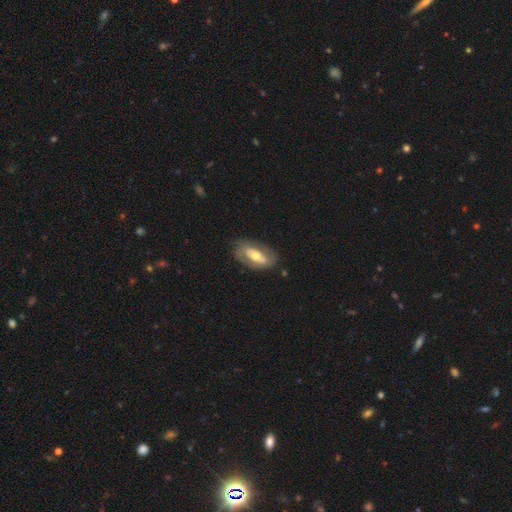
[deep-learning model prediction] The model was most divided on "bar": no: 36%, strong: 34%, weak: 29%. More confident: edge-on disk — no (89%); merging — none (74%); bulge size — moderate (67%); smooth or featured — featured or disk (65%); spiral arms — yes (57%).